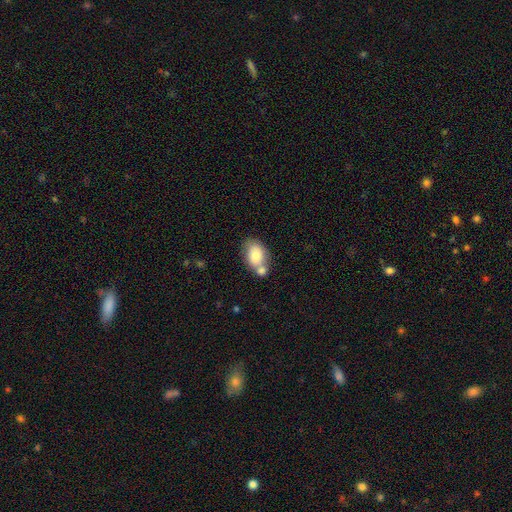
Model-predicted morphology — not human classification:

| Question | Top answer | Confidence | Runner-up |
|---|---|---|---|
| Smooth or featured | smooth | 75% | featured or disk (17%) |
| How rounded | in between | 83% | round (16%) |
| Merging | none | 42% | merger (40%) |